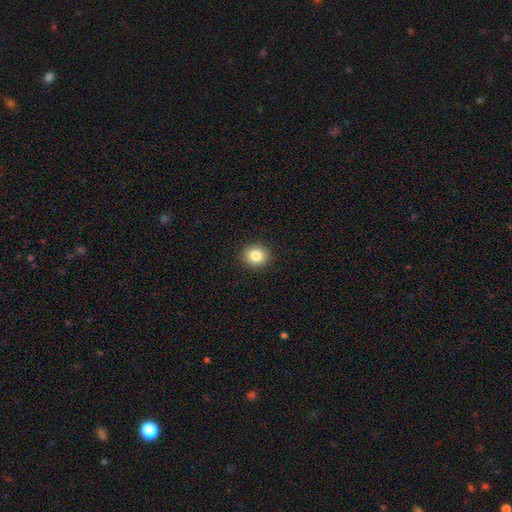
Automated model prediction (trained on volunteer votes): Smooth or featured? smooth (84%)
How rounded? round (82%)
Merging? none (92%)